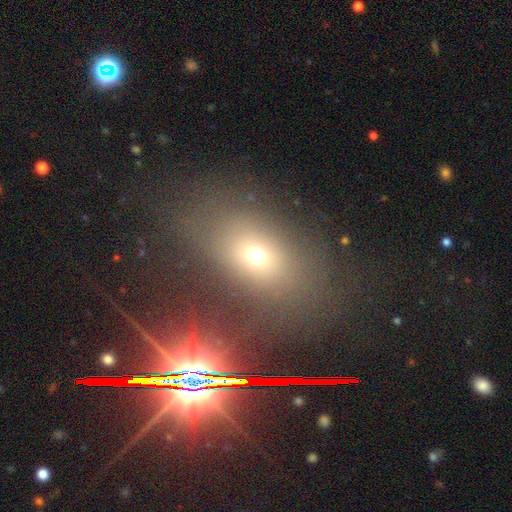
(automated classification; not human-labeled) smooth_or_featured: smooth (p=0.56) [alt: star or artifact p=0.28]
how_rounded: in between (p=0.68) [alt: round p=0.30]
merging: none (p=0.76) [alt: minor disturbance p=0.12]